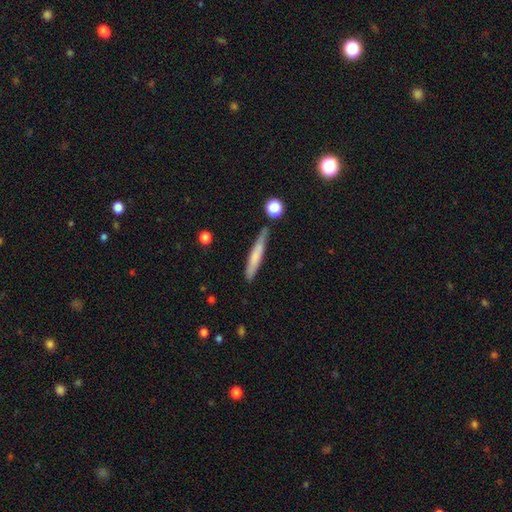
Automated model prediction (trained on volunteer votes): Overall: smooth (66%; featured or disk 28%). How rounded: cigar-shaped (93%). Merging: none (76%).